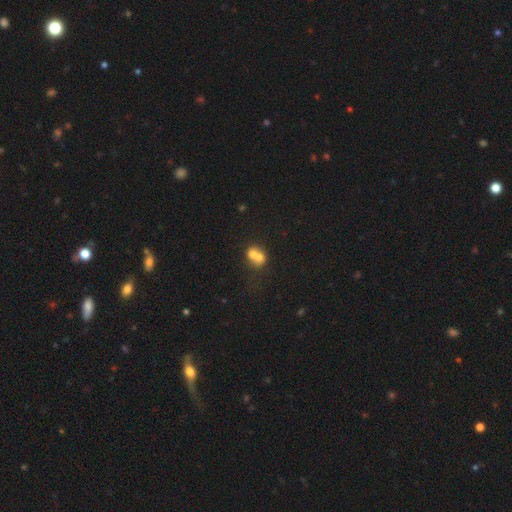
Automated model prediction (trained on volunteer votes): Q: Smooth or featured?
A: smooth (65%); runner-up: featured or disk (25%)
Q: How rounded?
A: round (60%); runner-up: in between (39%)
Q: Merging?
A: merger (71%); runner-up: none (20%)